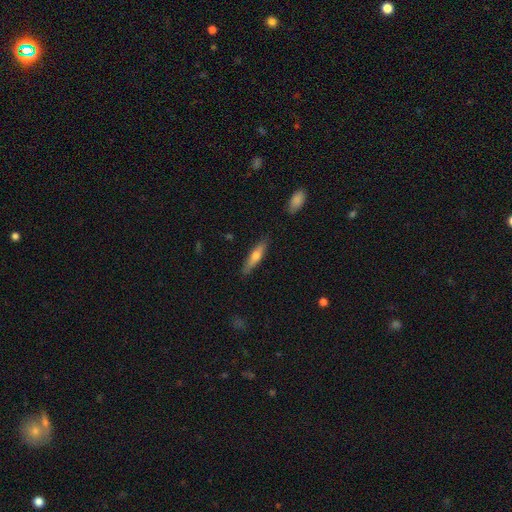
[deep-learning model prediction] This appears to be a smooth galaxy with no disk features (55%) that is cigar-shaped (77%). Merging: none (86%).